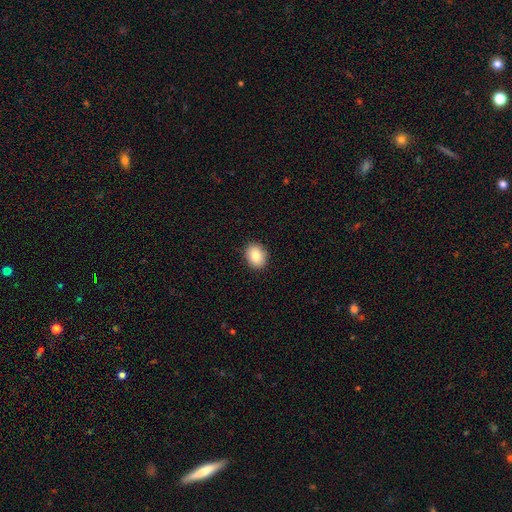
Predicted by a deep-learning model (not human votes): This is clearly a smooth galaxy (85%). How rounded: possibly in between (57%). Merging: clearly none (90%).